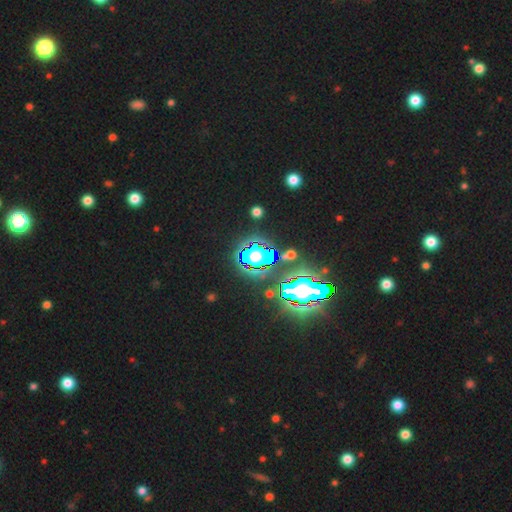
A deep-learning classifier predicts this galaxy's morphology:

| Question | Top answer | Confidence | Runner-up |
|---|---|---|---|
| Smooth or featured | star or artifact | 64% | smooth (22%) |